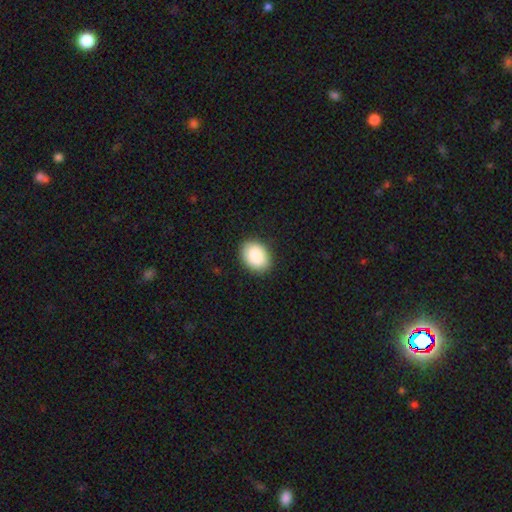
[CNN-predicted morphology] Smooth or featured? smooth (87%)
How rounded? in between (74%)
Merging? none (89%)